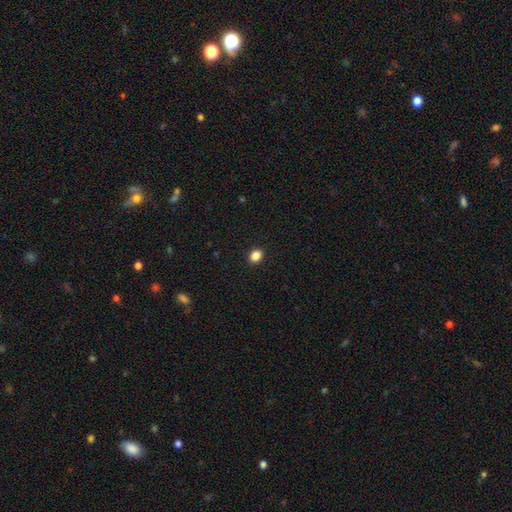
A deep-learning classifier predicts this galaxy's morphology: A smooth galaxy with no disk features (86%) that is round (50%). Merging: none (92%).